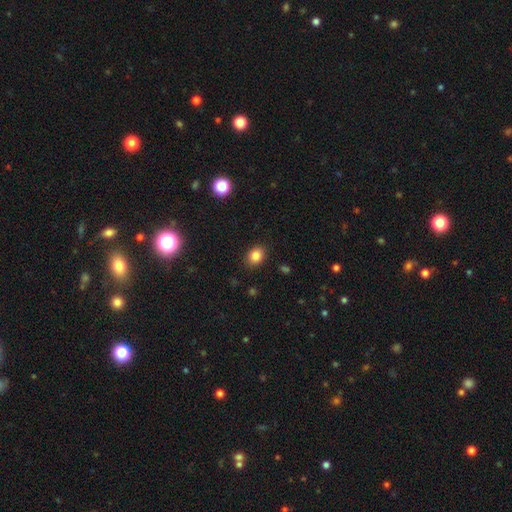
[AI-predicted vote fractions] Q: Smooth or featured?
A: smooth (85%); runner-up: star or artifact (10%)
Q: How rounded?
A: in between (51%); runner-up: round (48%)
Q: Merging?
A: none (87%); runner-up: minor disturbance (9%)